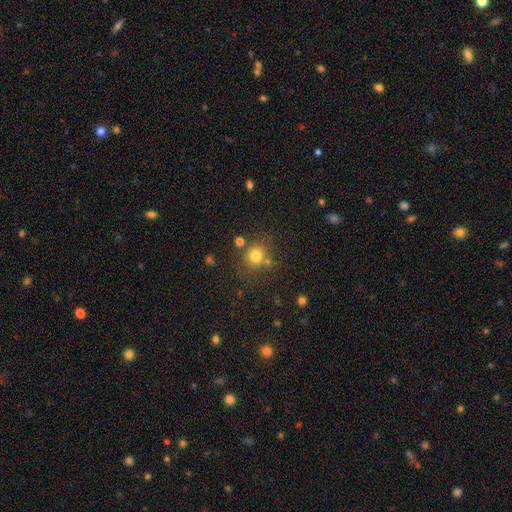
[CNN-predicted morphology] Smooth or featured?
  - smooth: 77% *
  - star or artifact: 15%
  - featured or disk: 8%
How rounded?
  - round: 85% *
  - in between: 14%
  - cigar-shaped: 1%
Merging?
  - none: 72% *
  - minor disturbance: 12%
  - merger: 11%
  - major disturbance: 5%